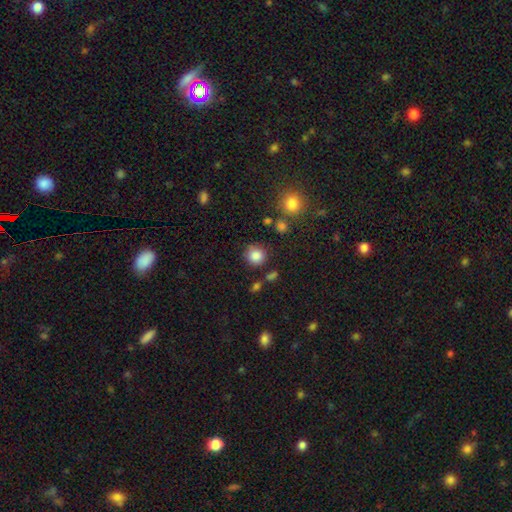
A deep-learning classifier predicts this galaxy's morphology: This appears to be a smooth galaxy with no disk features (85%) that is round (90%). Merging: none (79%).